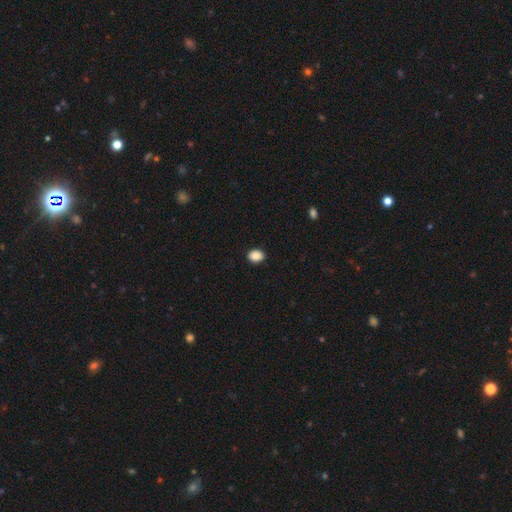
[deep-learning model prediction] Smooth or featured? Predicted: smooth (p=0.89). How rounded? Predicted: in between (p=0.62). Merging? Predicted: none (p=0.90).